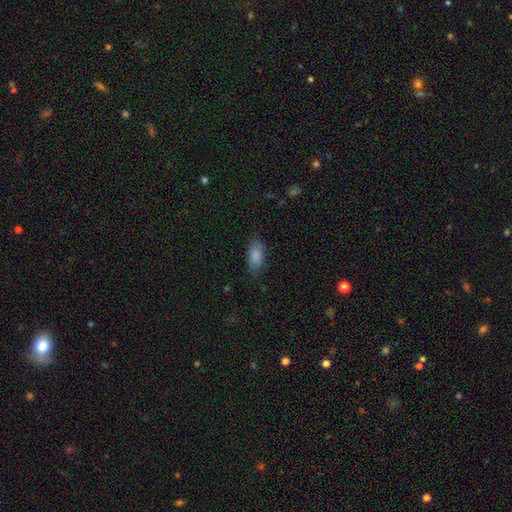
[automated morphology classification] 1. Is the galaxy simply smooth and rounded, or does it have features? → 85% smooth, 8% featured or disk, 7% star or artifact.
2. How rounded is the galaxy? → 88% in between, 9% cigar-shaped, 3% round.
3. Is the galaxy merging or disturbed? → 78% none, 16% minor disturbance, 4% major disturbance, 1% merger.